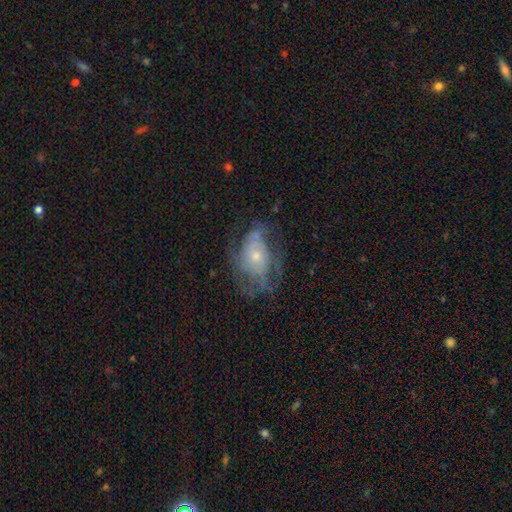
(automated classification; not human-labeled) Smooth or featured? Predicted: featured or disk (p=0.69). Edge-on disk? Predicted: no (p=0.96). Bar? Predicted: no (p=0.80). Spiral arms? Predicted: yes (p=0.73). Bulge size? Predicted: small (p=0.53). Merging? Predicted: none (p=0.55).